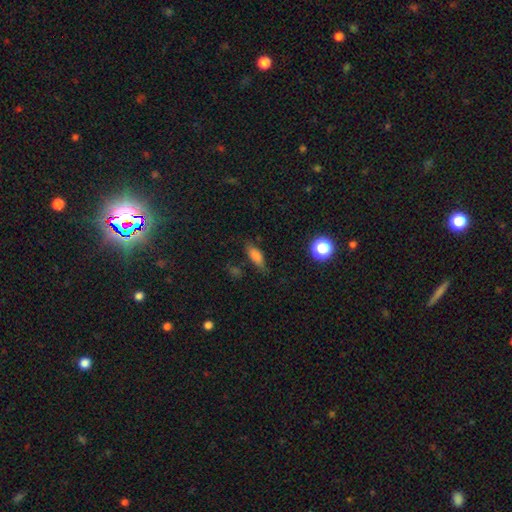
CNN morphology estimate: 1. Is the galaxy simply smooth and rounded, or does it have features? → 76% smooth, 12% featured or disk, 12% star or artifact.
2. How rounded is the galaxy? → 68% in between, 27% cigar-shaped, 5% round.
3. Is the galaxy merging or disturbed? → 71% none, 21% minor disturbance, 6% major disturbance, 3% merger.